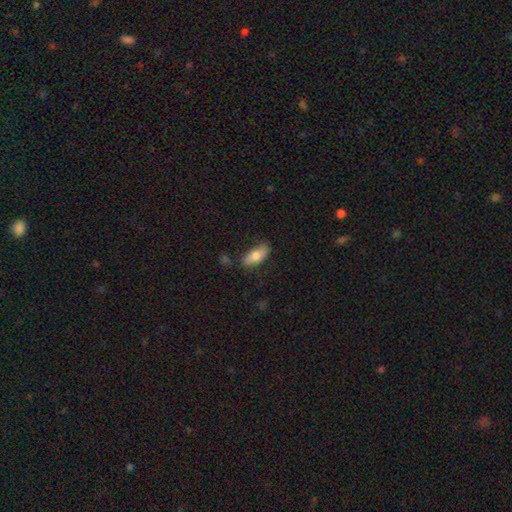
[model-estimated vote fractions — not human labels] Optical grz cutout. It shows a smooth galaxy with no disk features (76%) that is in between round and cigar-shaped (84%). Merging: none (79%).